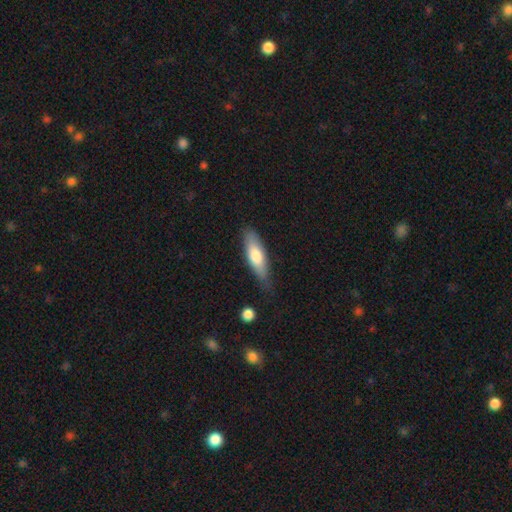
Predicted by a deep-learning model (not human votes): A smooth galaxy with no disk features (70%) that is in between round and cigar-shaped (50%). Merging: none (71%).